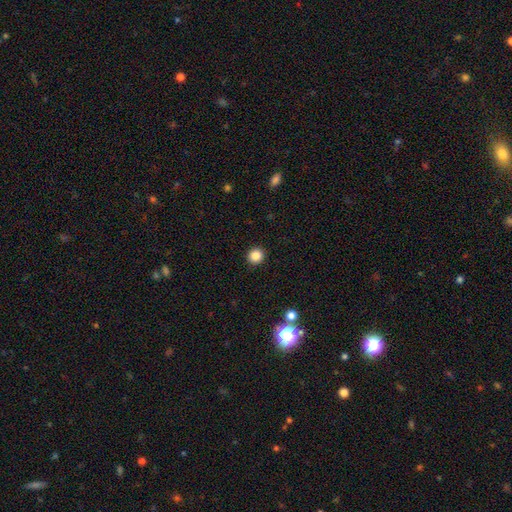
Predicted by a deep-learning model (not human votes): smooth-or-featured: smooth: 86% | star or artifact: 11% | featured or disk: 3%
  how-rounded: round: 91% | in between: 8% | cigar-shaped: 1%
  merging: none: 93% | minor disturbance: 5% | major disturbance: 2% | merger: 1%